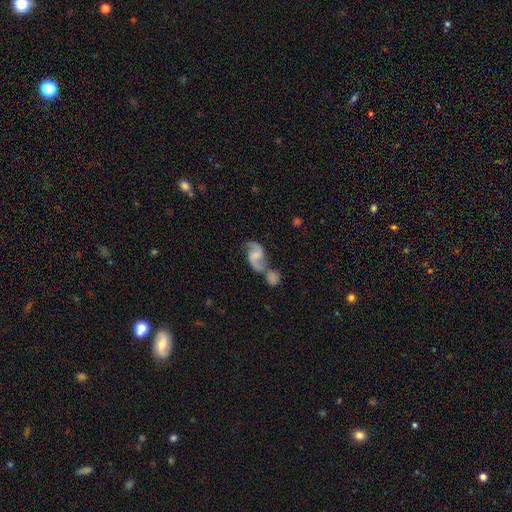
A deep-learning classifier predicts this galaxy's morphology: Smooth or featured? featured or disk (77%)
Edge-on disk? no (97%)
Bar? no (46%)
Spiral arms? yes (93%)
Spiral winding? loose (59%)
Spiral arm count? 2 (90%)
Bulge size? small (41%)
Merging? merger (57%)